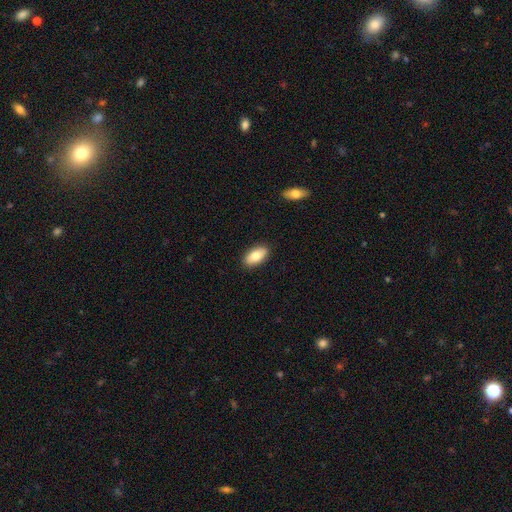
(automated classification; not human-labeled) A smooth galaxy with no disk features (82%) that is in between round and cigar-shaped (92%). Merging: none (89%).